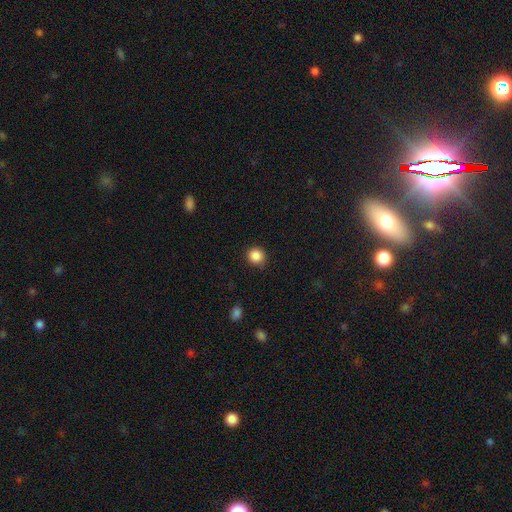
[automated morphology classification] smooth_or_featured: smooth (p=0.87) [alt: star or artifact p=0.10]
how_rounded: round (p=0.89) [alt: in between p=0.10]
merging: none (p=0.86) [alt: minor disturbance p=0.10]